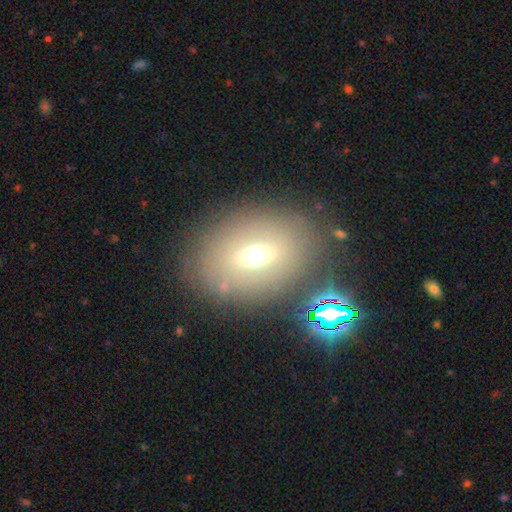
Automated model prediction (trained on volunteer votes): smooth 52%, featured or disk 32%, star or artifact 16%. Down the decision tree: how rounded — in between (76%); merging — none (79%).